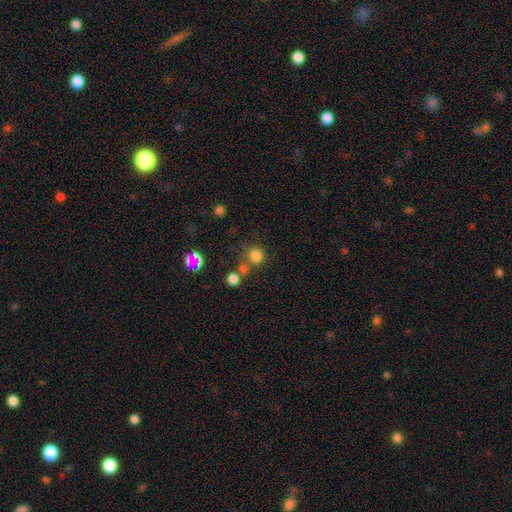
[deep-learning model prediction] A smooth galaxy with no disk features (77%) that is round (85%).

Vote fractions:
- Smooth or featured? smooth: 77% / star or artifact: 17% / featured or disk: 6%
- How rounded? round: 85% / in between: 14% / cigar-shaped: 1%
- Merging? none: 64% / merger: 20% / minor disturbance: 11% / major disturbance: 5%